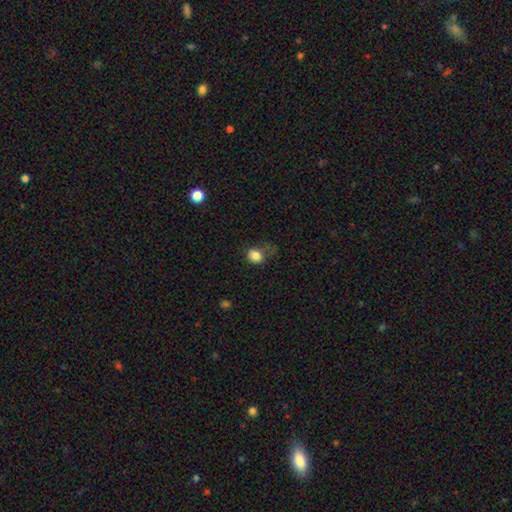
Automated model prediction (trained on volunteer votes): This is clearly a smooth galaxy (82%). How rounded: likely round (66%). Merging: possibly none (48%).